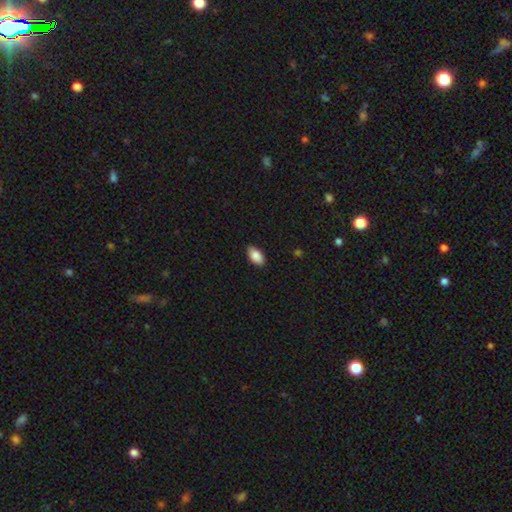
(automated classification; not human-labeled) Q: Smooth or featured?
A: smooth (87%); runner-up: star or artifact (7%)
Q: How rounded?
A: in between (94%); runner-up: round (4%)
Q: Merging?
A: none (87%); runner-up: minor disturbance (10%)